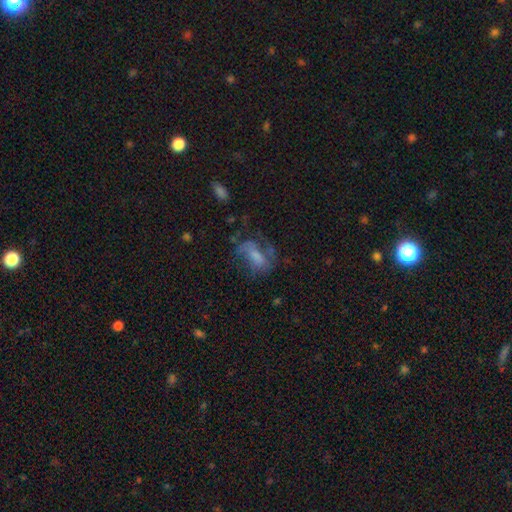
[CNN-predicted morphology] Smooth or featured? Predicted: featured or disk (p=0.49). Merging? Predicted: none (p=0.40).